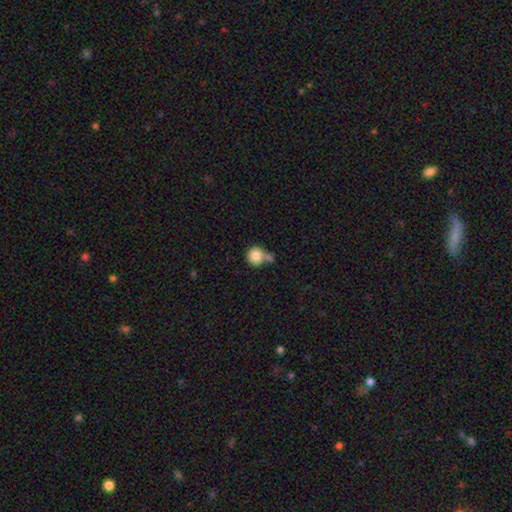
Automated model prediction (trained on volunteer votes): A smooth galaxy with no disk features (82%) that is round (90%). Merging: none (48%).